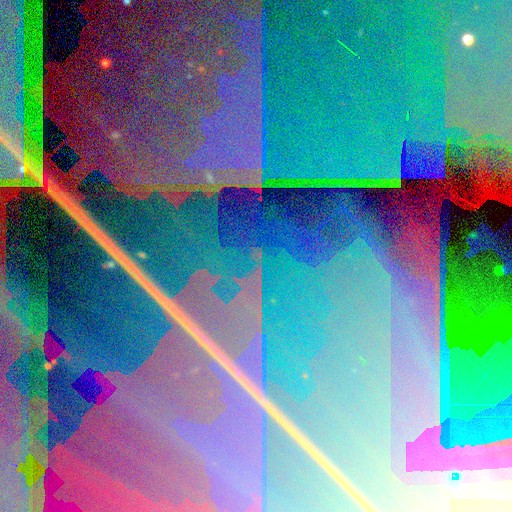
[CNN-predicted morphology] type=star or artifact (87%).